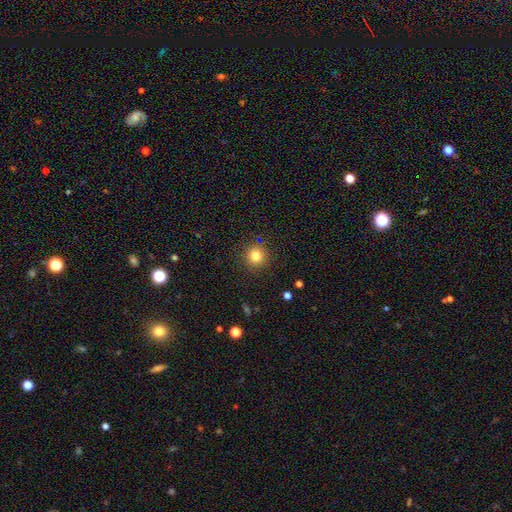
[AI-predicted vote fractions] smooth 81%, star or artifact 13%, featured or disk 6%. Down the decision tree: how rounded — round (93%); merging — none (90%).